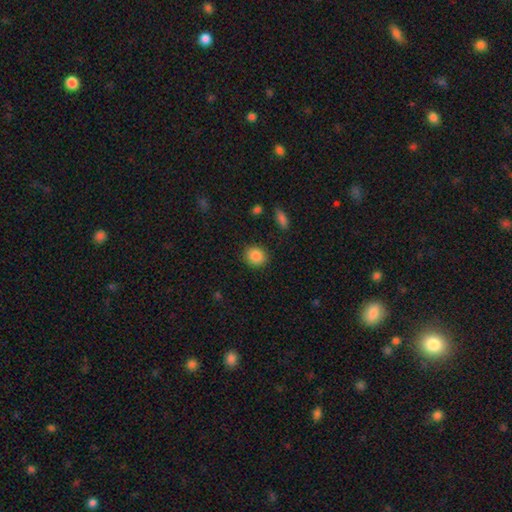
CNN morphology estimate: Smooth or featured? smooth (87%)
How rounded? round (74%)
Merging? none (89%)